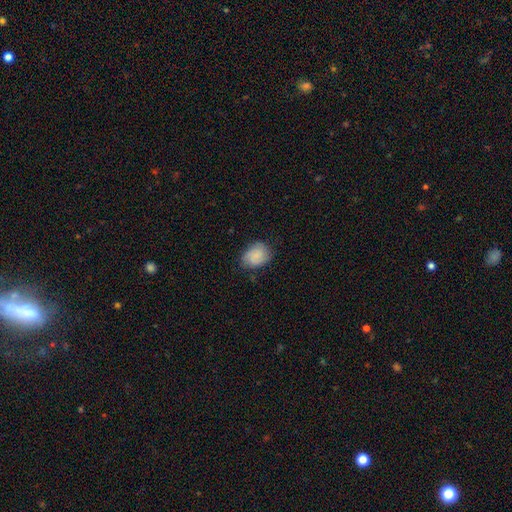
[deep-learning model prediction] Q: Smooth or featured?
A: smooth (67%); runner-up: featured or disk (25%)
Q: How rounded?
A: in between (61%); runner-up: round (37%)
Q: Merging?
A: none (68%); runner-up: minor disturbance (24%)